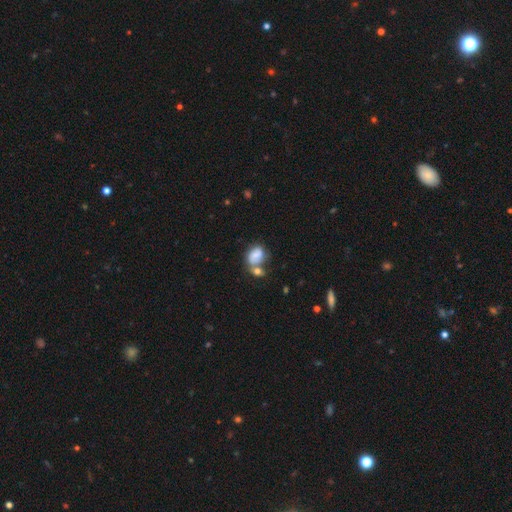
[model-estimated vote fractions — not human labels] smooth 68%, featured or disk 22%, star or artifact 10%. Down the decision tree: how rounded — in between (73%); merging — merger (42%).